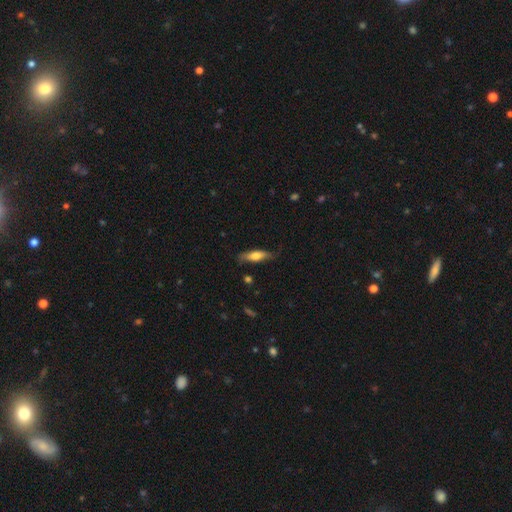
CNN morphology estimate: A smooth galaxy with no disk features (61%) that is cigar-shaped (60%).

Vote fractions:
- Smooth or featured? smooth: 61% / featured or disk: 33% / star or artifact: 6%
- How rounded? cigar-shaped: 60% / in between: 38% / round: 2%
- Merging? none: 74% / minor disturbance: 20% / major disturbance: 4% / merger: 2%